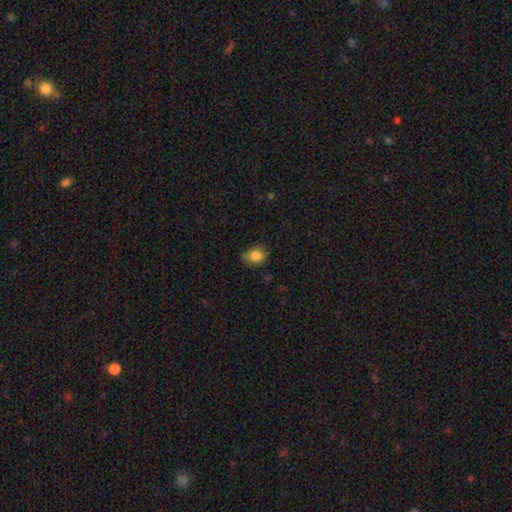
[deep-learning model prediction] A smooth galaxy with no disk features (84%) that is in between round and cigar-shaped (60%). Merging: none (75%).